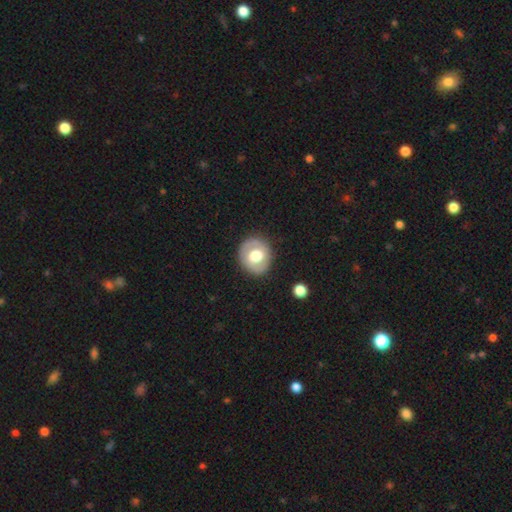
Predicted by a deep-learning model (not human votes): Q: Smooth or featured?
A: smooth (53%); runner-up: featured or disk (40%)
Q: How rounded?
A: round (78%); runner-up: in between (21%)
Q: Merging?
A: none (83%); runner-up: minor disturbance (12%)